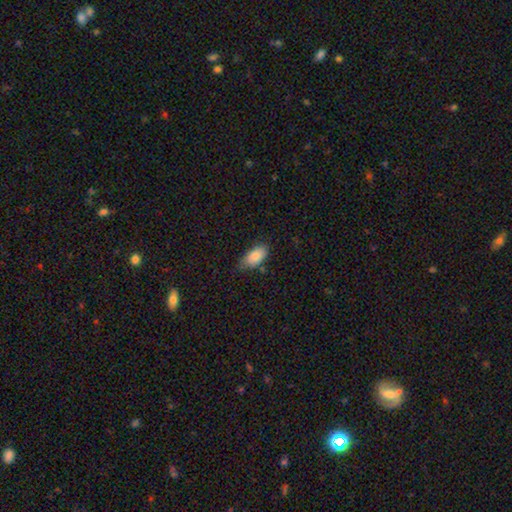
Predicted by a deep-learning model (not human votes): The model was most divided on "merging": none: 65%, minor disturbance: 28%, major disturbance: 4%, merger: 3%. More confident: how rounded — in between (91%); smooth or featured — smooth (84%).